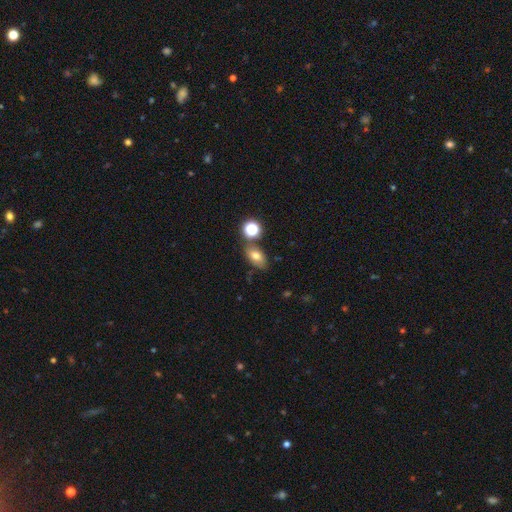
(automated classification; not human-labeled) The model was most divided on "merging": none: 69%, minor disturbance: 14%, merger: 13%, major disturbance: 4%. More confident: how rounded — in between (84%); smooth or featured — smooth (70%).